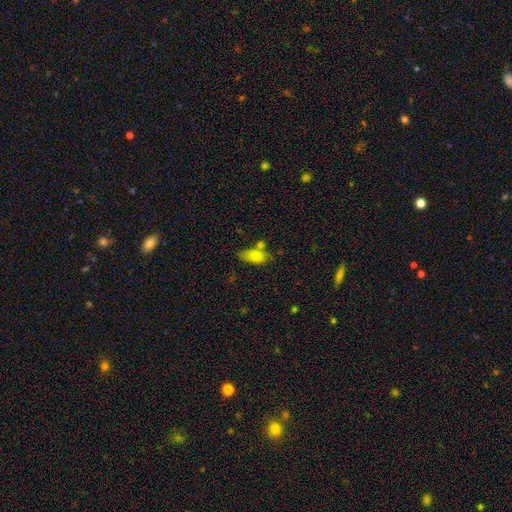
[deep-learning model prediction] The model was most divided on "merging": none: 50%, minor disturbance: 23%, merger: 20%, major disturbance: 8%. More confident: how rounded — in between (87%); smooth or featured — smooth (79%).